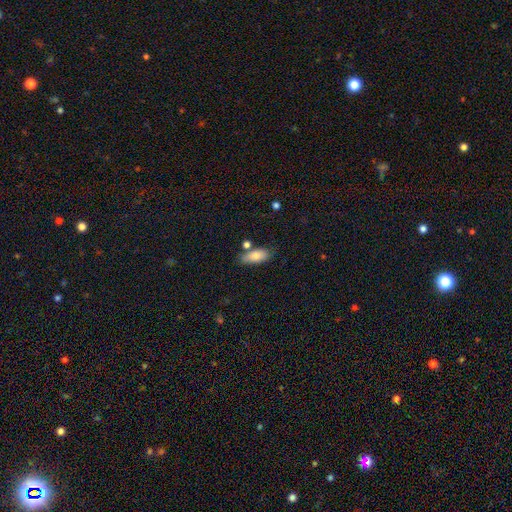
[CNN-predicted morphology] smooth-or-featured: smooth: 81% | featured or disk: 12% | star or artifact: 7%
  how-rounded: in between: 82% | cigar-shaped: 16% | round: 3%
  merging: none: 68% | minor disturbance: 18% | merger: 11% | major disturbance: 4%